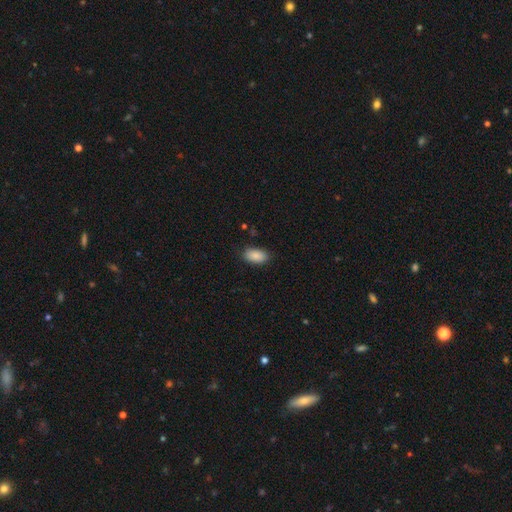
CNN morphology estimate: A smooth galaxy with no disk features (88%) that is in between round and cigar-shaped (94%).

Vote fractions:
- Smooth or featured? smooth: 88% / star or artifact: 7% / featured or disk: 5%
- How rounded? in between: 94% / round: 4% / cigar-shaped: 2%
- Merging? none: 85% / minor disturbance: 11% / major disturbance: 3% / merger: 1%